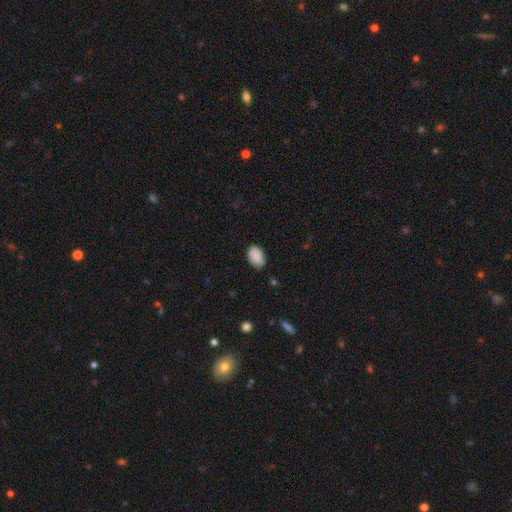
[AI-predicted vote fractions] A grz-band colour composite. It shows a smooth galaxy with no disk features (90%) that is in between round and cigar-shaped (91%). Merging: none (80%).